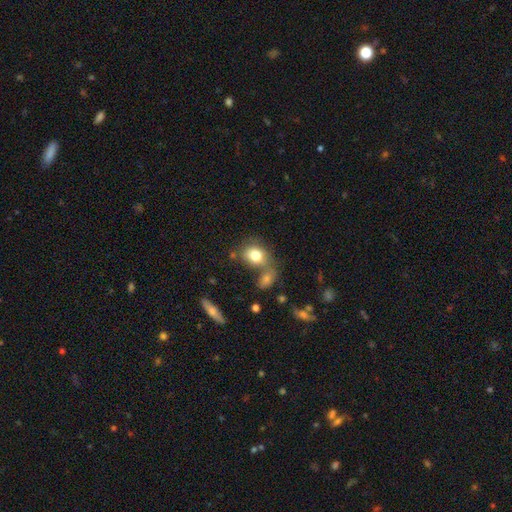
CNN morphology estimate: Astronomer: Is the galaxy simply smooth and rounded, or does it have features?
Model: smooth — 79%.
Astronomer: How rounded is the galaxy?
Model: in between — 55% (runner-up: round, 43%).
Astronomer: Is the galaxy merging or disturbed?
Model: none — 50% (runner-up: merger, 27%).